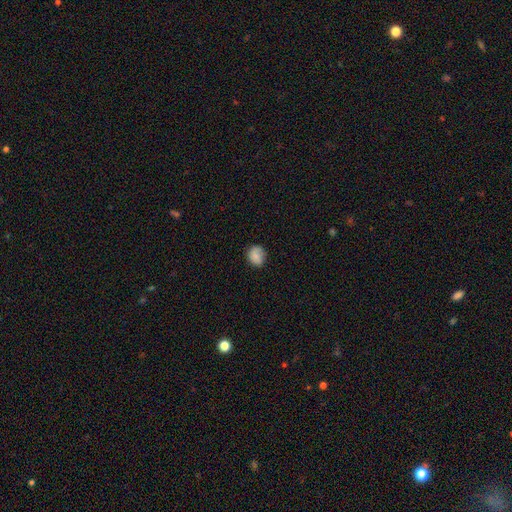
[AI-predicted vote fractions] smooth 83%, featured or disk 9%, star or artifact 8%. Down the decision tree: how rounded — round (70%); merging — none (76%).